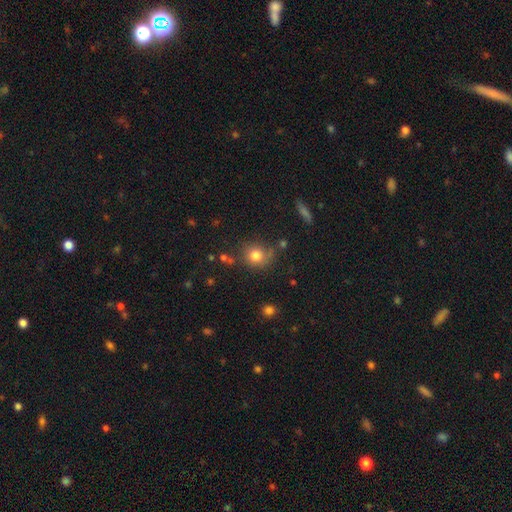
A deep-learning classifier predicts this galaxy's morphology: Smooth or featured: smooth — 79% (star or artifact — 12%)
How rounded: round — 83% (in between — 16%)
Merging: none — 70% (minor disturbance — 17%)